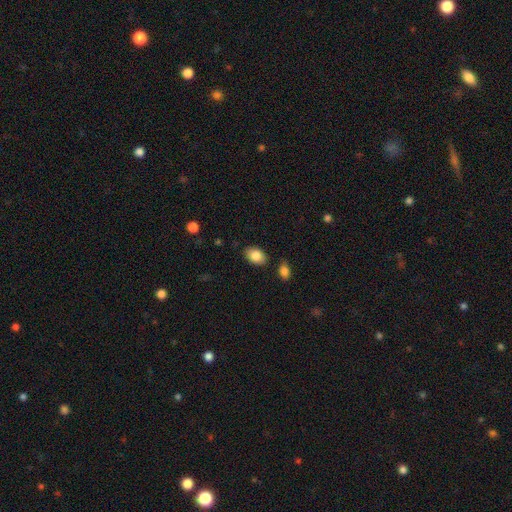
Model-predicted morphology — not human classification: Smooth or featured?
  - smooth: 86% *
  - featured or disk: 7%
  - star or artifact: 7%
How rounded?
  - in between: 87% *
  - round: 12%
  - cigar-shaped: 1%
Merging?
  - none: 83% *
  - minor disturbance: 11%
  - merger: 3%
  - major disturbance: 3%